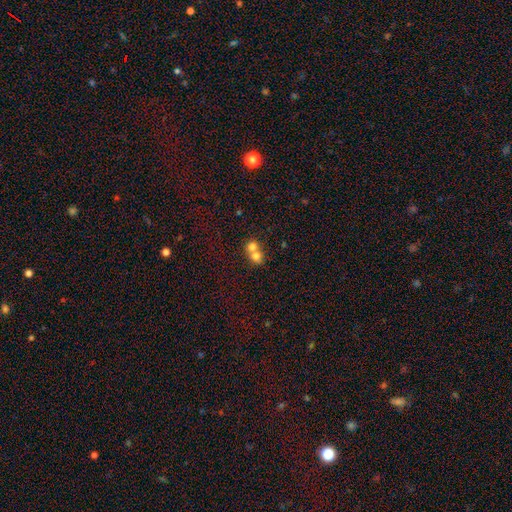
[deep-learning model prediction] smooth 73%, featured or disk 16%, star or artifact 11%. Down the decision tree: how rounded — round (76%); merging — merger (71%).